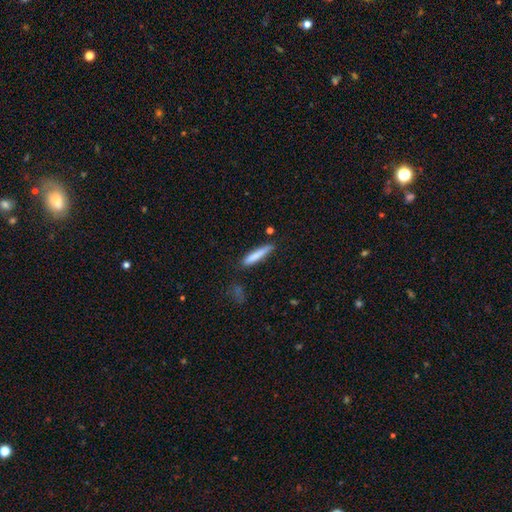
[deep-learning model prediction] A smooth galaxy with no disk features (81%) that is cigar-shaped (90%). Merging: none (81%).